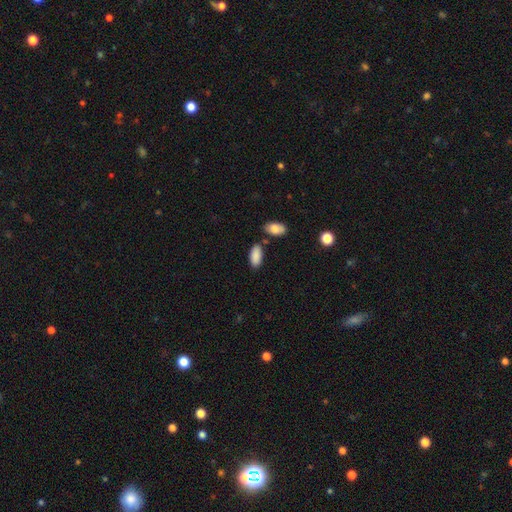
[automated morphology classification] This appears to be a smooth galaxy with no disk features (89%) that is in between round and cigar-shaped (91%). Merging: none (77%).